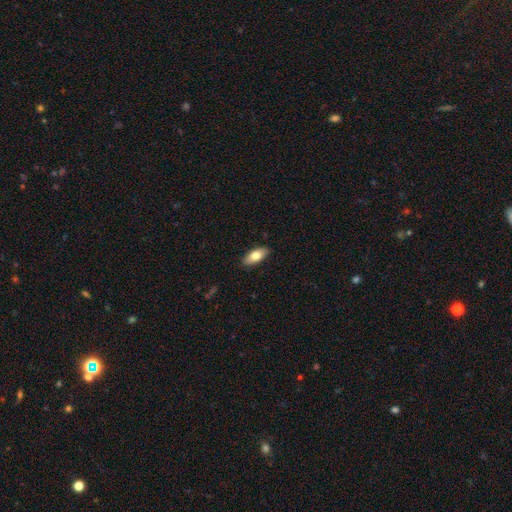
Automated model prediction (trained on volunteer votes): smooth 75%, featured or disk 19%, star or artifact 6%. Down the decision tree: how rounded — in between (83%); merging — none (89%).